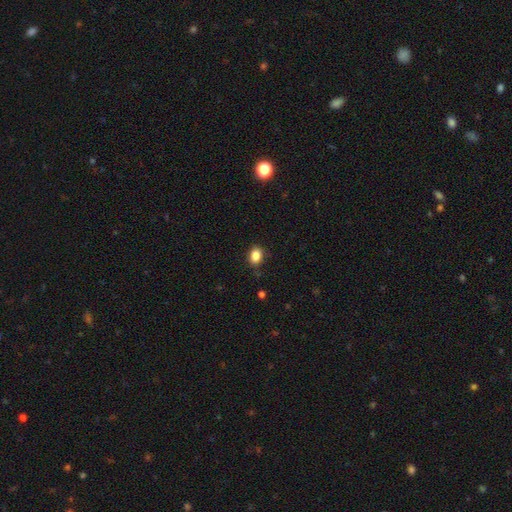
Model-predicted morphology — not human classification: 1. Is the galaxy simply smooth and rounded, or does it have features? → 86% smooth, 10% star or artifact, 5% featured or disk.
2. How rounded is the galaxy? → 69% in between, 30% round, 1% cigar-shaped.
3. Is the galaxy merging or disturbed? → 83% none, 13% minor disturbance, 3% major disturbance, 1% merger.